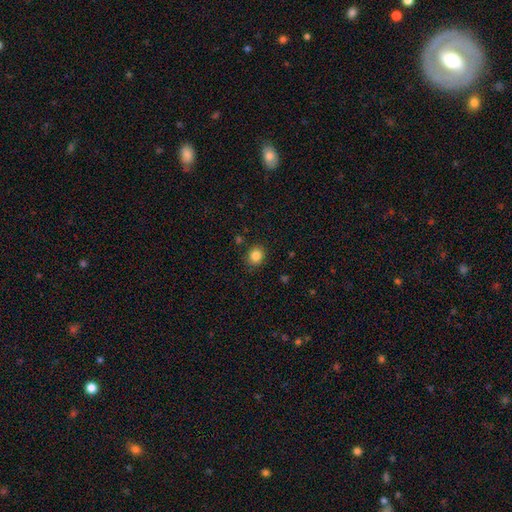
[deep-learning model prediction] Q: Smooth or featured?
A: smooth (84%); runner-up: star or artifact (11%)
Q: How rounded?
A: round (70%); runner-up: in between (29%)
Q: Merging?
A: none (87%); runner-up: minor disturbance (8%)